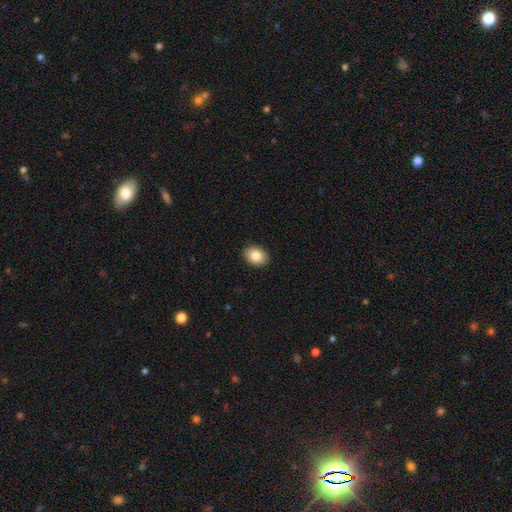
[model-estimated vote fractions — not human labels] Smooth or featured? Predicted: smooth (p=0.84). How rounded? Predicted: in between (p=0.65). Merging? Predicted: none (p=0.91).